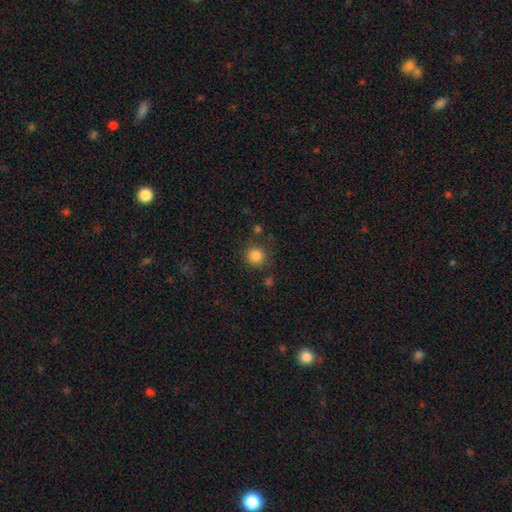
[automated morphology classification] smooth_or_featured: smooth (p=0.85) [alt: star or artifact p=0.11]
how_rounded: round (p=0.93) [alt: in between p=0.06]
merging: none (p=0.79) [alt: minor disturbance p=0.11]